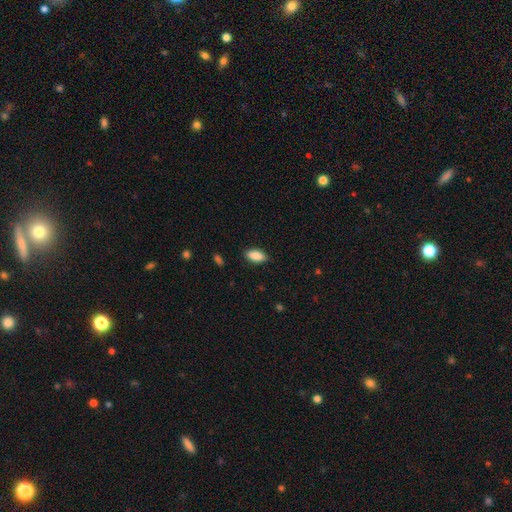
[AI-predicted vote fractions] Smooth or featured? Predicted: smooth (p=0.89). How rounded? Predicted: in between (p=0.91). Merging? Predicted: none (p=0.88).